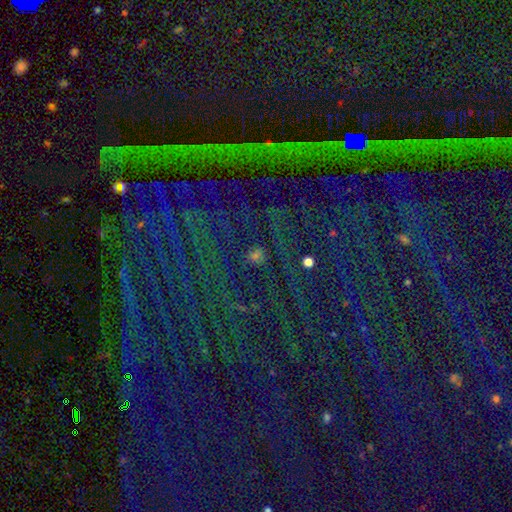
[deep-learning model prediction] Smooth or featured? star or artifact (80%)